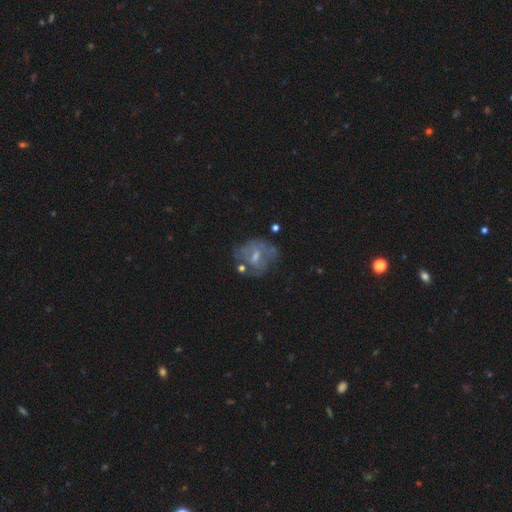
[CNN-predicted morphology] This is possibly a featured or disk galaxy (57%). It is clearly not viewed edge-on (96%). Bar: possibly no (47%). Spiral arm pattern: likely no (64%). Central bulge: marginally small (42%). Merging: possibly none (45%).